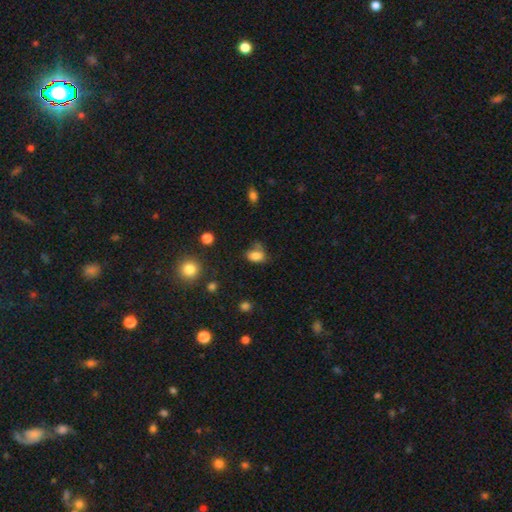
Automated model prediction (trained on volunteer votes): Morphology: type=smooth (80%); roundness=in between (80%); merging=none (49%).